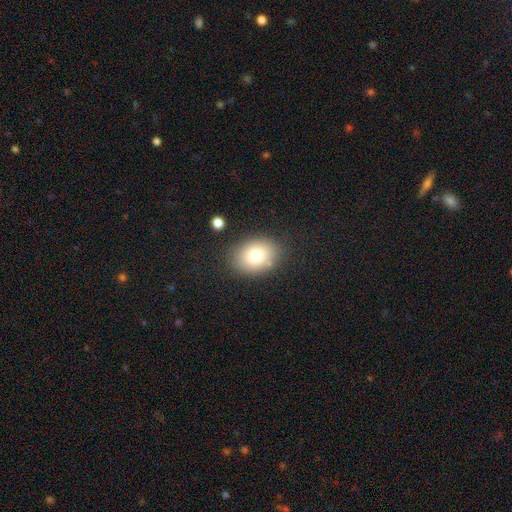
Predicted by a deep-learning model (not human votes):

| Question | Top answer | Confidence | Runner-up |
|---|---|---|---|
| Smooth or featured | smooth | 78% | featured or disk (12%) |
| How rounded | in between | 68% | round (31%) |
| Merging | none | 82% | minor disturbance (12%) |